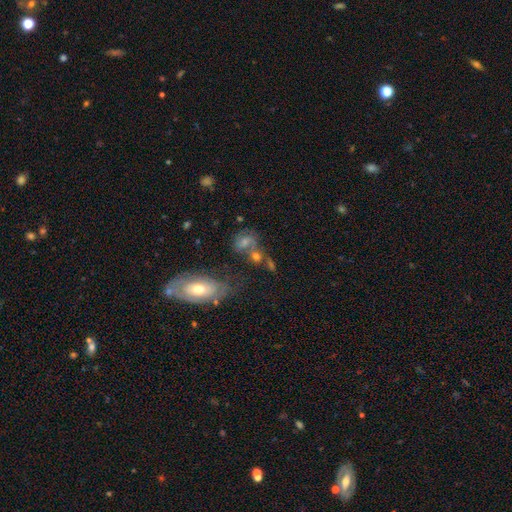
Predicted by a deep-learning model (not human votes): featured or disk 40% (tied), smooth 40% (tied), star or artifact 20%. Down the decision tree: merging — none (44%).